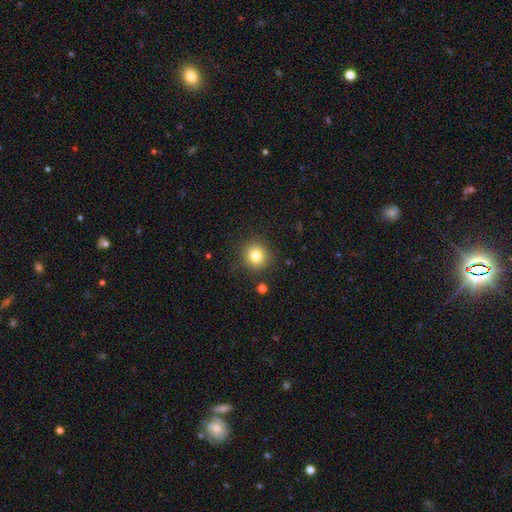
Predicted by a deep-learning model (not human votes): This appears to be a smooth galaxy with no disk features (80%) that is round (91%). Merging: none (88%).